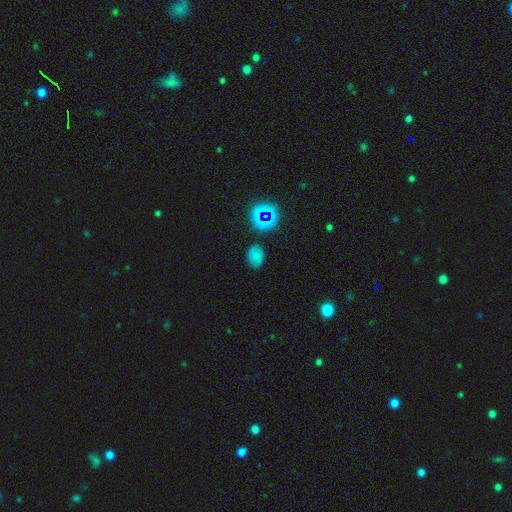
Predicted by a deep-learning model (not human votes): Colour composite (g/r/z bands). It shows a smooth galaxy with no disk features (67%) that is in between round and cigar-shaped (66%). Merging: none (75%).